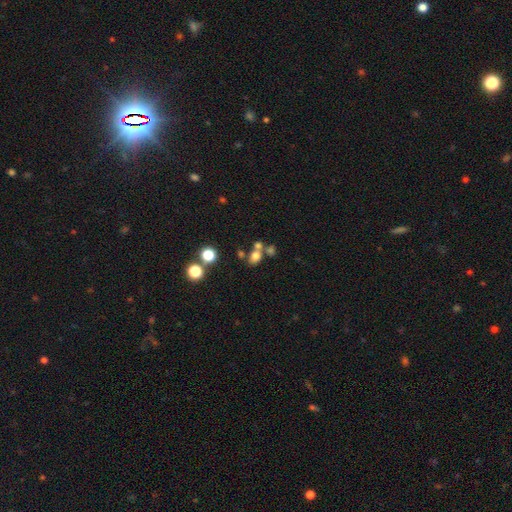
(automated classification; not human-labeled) This appears to be a smooth galaxy with no disk features (70%) that is in between round and cigar-shaped (54%). Merging: none (47%).